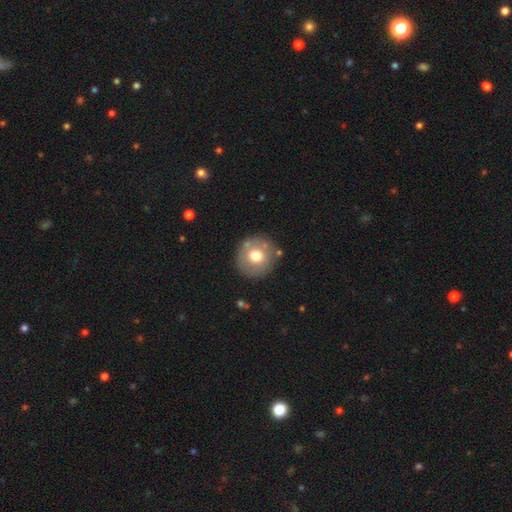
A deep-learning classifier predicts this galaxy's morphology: Smooth or featured: smooth — 64% (featured or disk — 28%)
How rounded: round — 93% (in between — 6%)
Merging: none — 83% (minor disturbance — 10%)